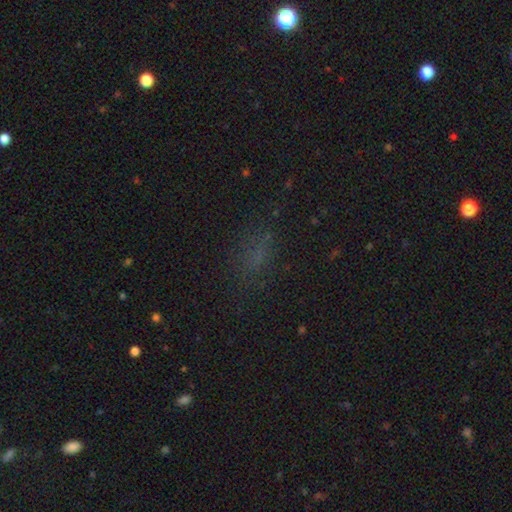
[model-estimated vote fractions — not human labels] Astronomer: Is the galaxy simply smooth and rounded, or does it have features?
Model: smooth — 56%.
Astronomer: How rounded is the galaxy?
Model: in between — 72%.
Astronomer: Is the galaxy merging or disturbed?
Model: none — 69%.